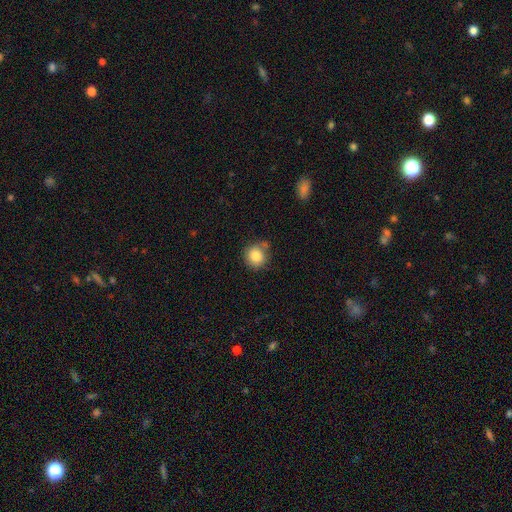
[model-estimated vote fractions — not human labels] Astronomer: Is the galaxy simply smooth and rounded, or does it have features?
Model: smooth — 84%.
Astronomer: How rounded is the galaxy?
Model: round — 89%.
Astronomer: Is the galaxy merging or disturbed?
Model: none — 70%.